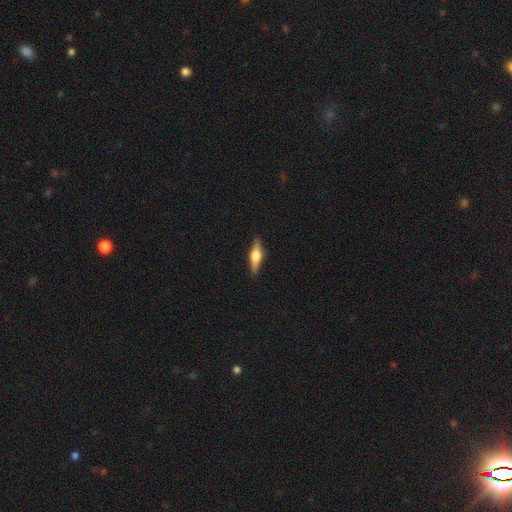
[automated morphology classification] Smooth or featured? Predicted: featured or disk (p=0.57). Edge-on disk? Predicted: yes (p=0.96). Edge-on bulge? Predicted: rounded (p=0.91). Merging? Predicted: none (p=0.89).